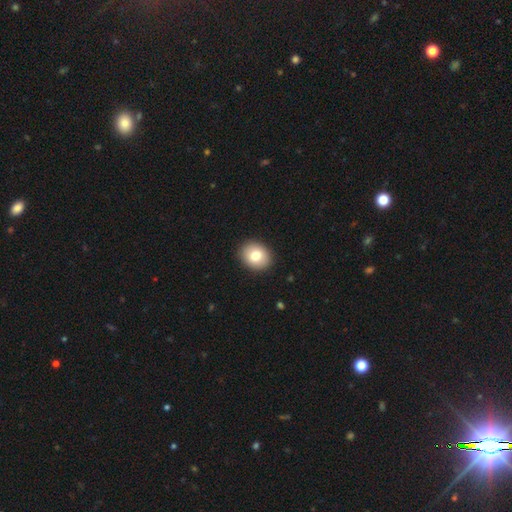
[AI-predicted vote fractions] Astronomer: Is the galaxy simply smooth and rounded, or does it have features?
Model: smooth — 79%.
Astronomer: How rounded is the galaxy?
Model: round — 59% (runner-up: in between, 40%).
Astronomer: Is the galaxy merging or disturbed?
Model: none — 91%.